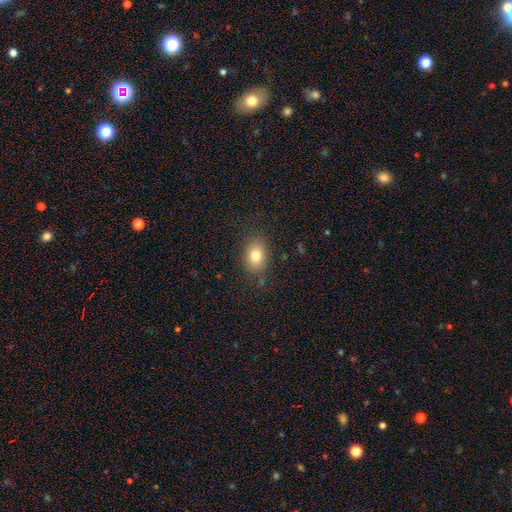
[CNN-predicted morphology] Overall: smooth (80%). How rounded: in between (69%). Merging: none (81%).